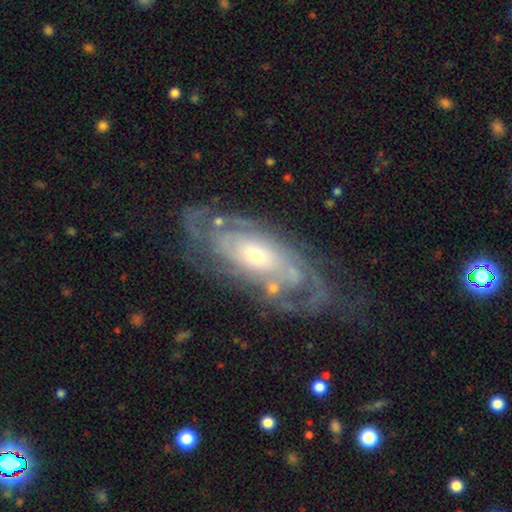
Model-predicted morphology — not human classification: Overall: featured or disk (84%). Edge-on disk: no (91%). Bar: no (74%). Spiral arms: yes (88%). Spiral arm count: can't tell (48%; 2 24%). Spiral winding: tight (69%). Bulge size: small (53%; moderate 40%). Merging: none (68%).